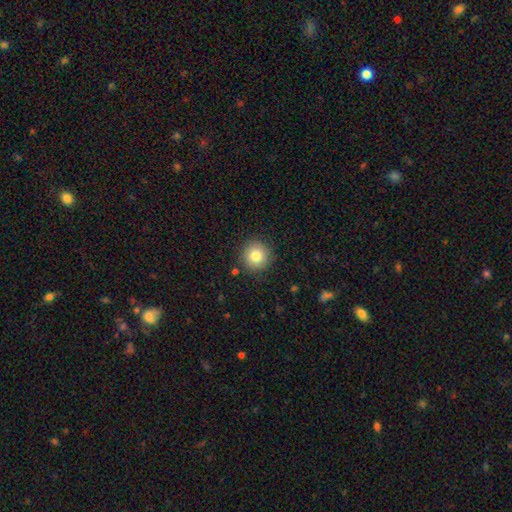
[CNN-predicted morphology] A smooth galaxy with no disk features (82%) that is round (94%).

Vote fractions:
- Smooth or featured? smooth: 82% / star or artifact: 10% / featured or disk: 8%
- How rounded? round: 94% / in between: 5% / cigar-shaped: 1%
- Merging? none: 89% / minor disturbance: 7% / major disturbance: 2% / merger: 1%